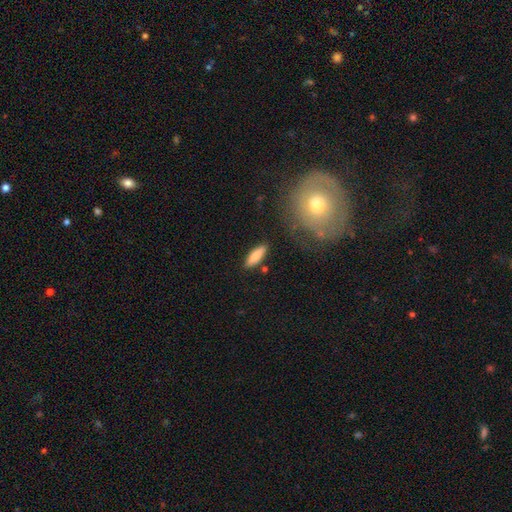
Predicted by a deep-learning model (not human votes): Q: Smooth or featured?
A: smooth (80%); runner-up: featured or disk (13%)
Q: How rounded?
A: cigar-shaped (50%); runner-up: in between (48%)
Q: Merging?
A: none (85%); runner-up: minor disturbance (10%)